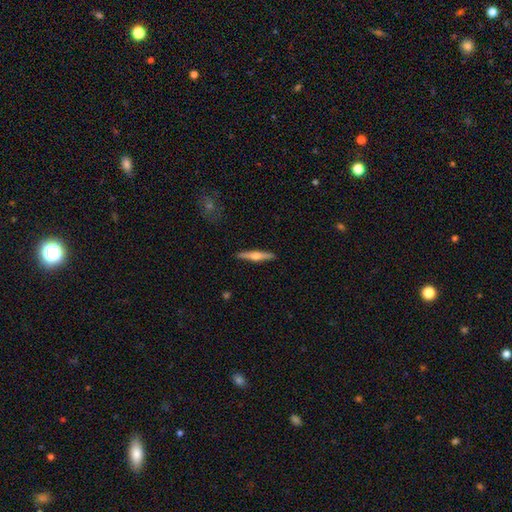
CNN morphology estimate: Smooth or featured? featured or disk (65%)
Edge-on disk? yes (98%)
Edge-on bulge? rounded (92%)
Merging? none (91%)